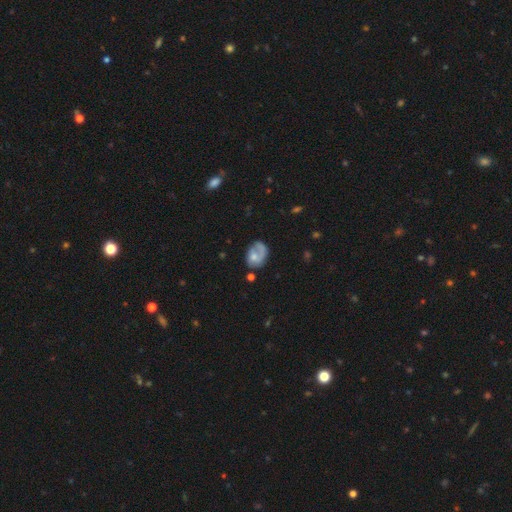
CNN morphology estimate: This appears to be a featured or disk galaxy (48%). Merging: none (43%).